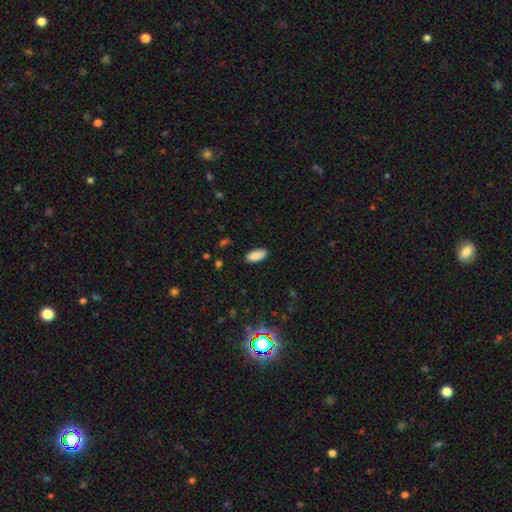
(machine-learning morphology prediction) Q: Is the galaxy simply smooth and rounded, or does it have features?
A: smooth — 88%.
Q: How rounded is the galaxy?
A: in between — 87%.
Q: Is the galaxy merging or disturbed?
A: none — 86%.